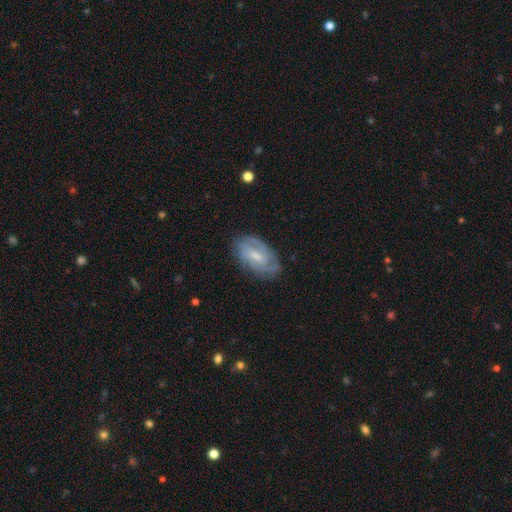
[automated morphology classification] This appears to be a featured or disk galaxy (72%) with a weak bar (56%), 2 (51%) tight (49%) spiral arms (90%) and a small central bulge (45%). Merging: none (77%).